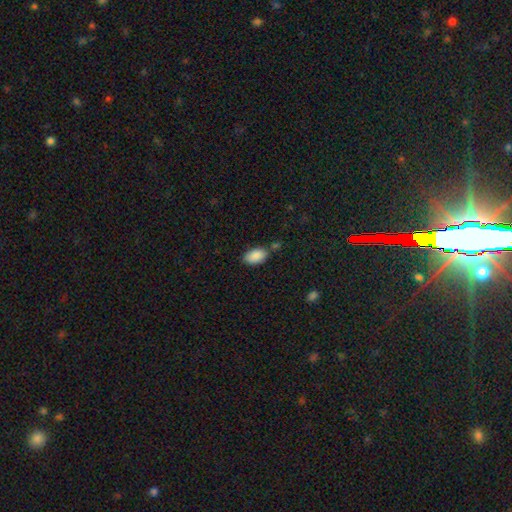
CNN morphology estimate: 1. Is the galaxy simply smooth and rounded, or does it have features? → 89% smooth, 7% star or artifact, 4% featured or disk.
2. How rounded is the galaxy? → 93% in between, 5% round, 2% cigar-shaped.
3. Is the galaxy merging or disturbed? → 73% none, 15% minor disturbance, 8% merger, 4% major disturbance.